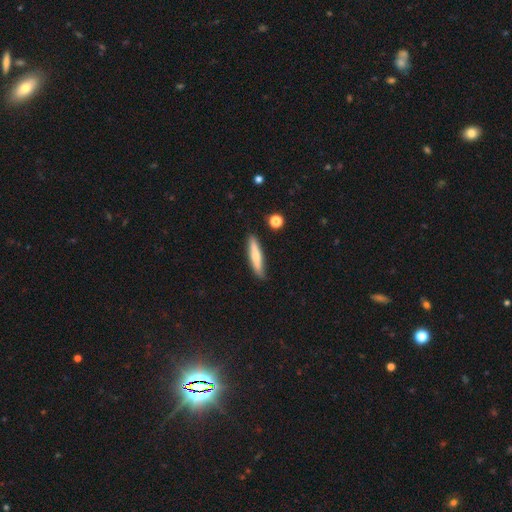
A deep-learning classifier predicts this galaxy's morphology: type=smooth (64%); roundness=cigar-shaped (86%); merging=none (81%).